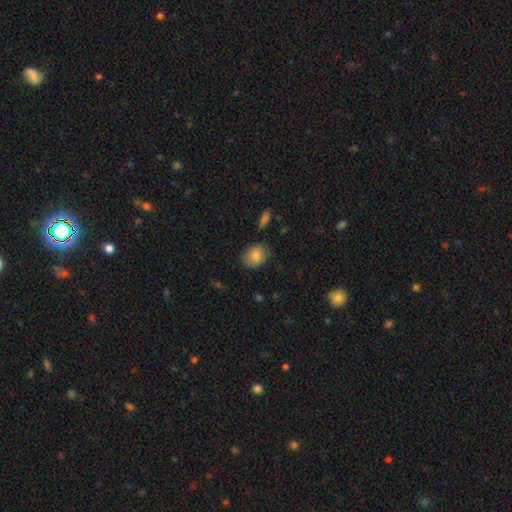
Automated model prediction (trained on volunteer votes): smooth 83%, featured or disk 10%, star or artifact 7%. Down the decision tree: how rounded — in between (69%); merging — none (79%).